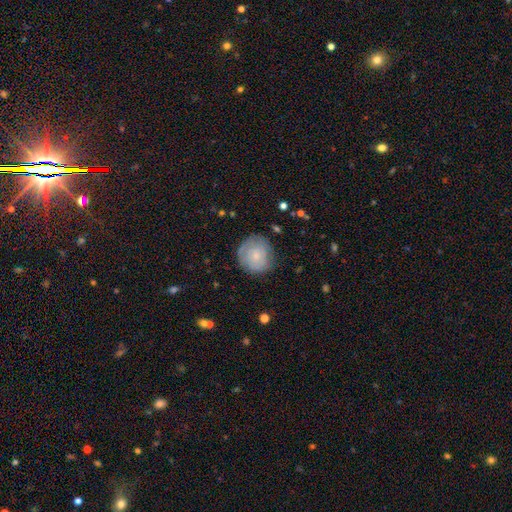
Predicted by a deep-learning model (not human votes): Q: Smooth or featured?
A: smooth (54%); runner-up: featured or disk (38%)
Q: How rounded?
A: round (90%); runner-up: in between (9%)
Q: Merging?
A: none (74%); runner-up: minor disturbance (19%)